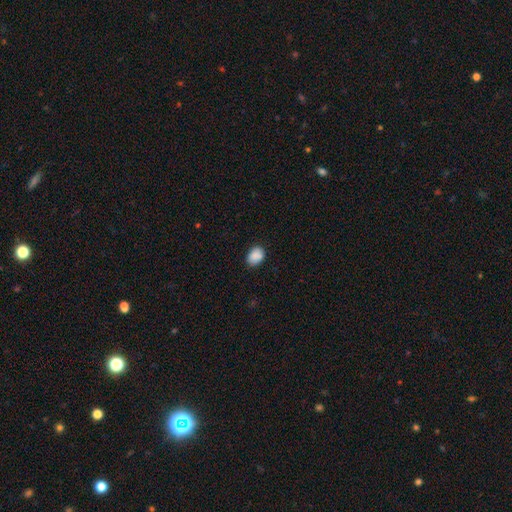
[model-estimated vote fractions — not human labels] A smooth galaxy with no disk features (88%) that is in between round and cigar-shaped (73%).

Vote fractions:
- Smooth or featured? smooth: 88% / star or artifact: 8% / featured or disk: 4%
- How rounded? in between: 73% / round: 26% / cigar-shaped: 1%
- Merging? none: 81% / minor disturbance: 15% / major disturbance: 3% / merger: 1%